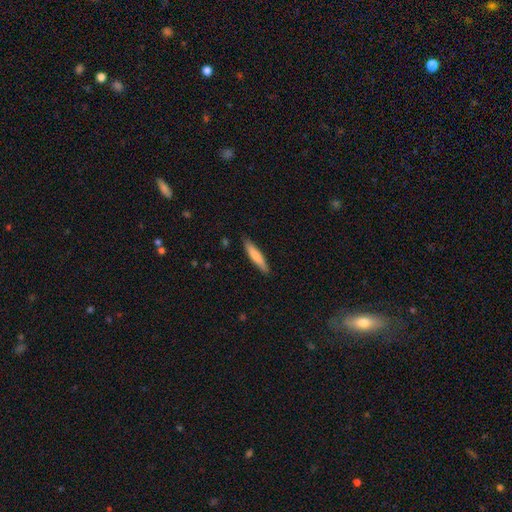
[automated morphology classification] Overall: smooth (76%). How rounded: cigar-shaped (88%). Merging: none (88%).